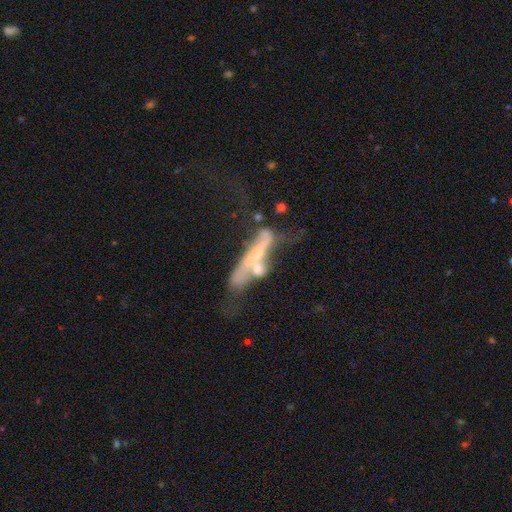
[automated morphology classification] A featured or disk galaxy (64%).

Vote fractions:
- Smooth or featured? featured or disk: 64% / smooth: 27% / star or artifact: 9%
- Edge-on disk? no: 60% / yes: 40%
- Merging? merger: 45% / major disturbance: 23% / none: 19% / minor disturbance: 13%